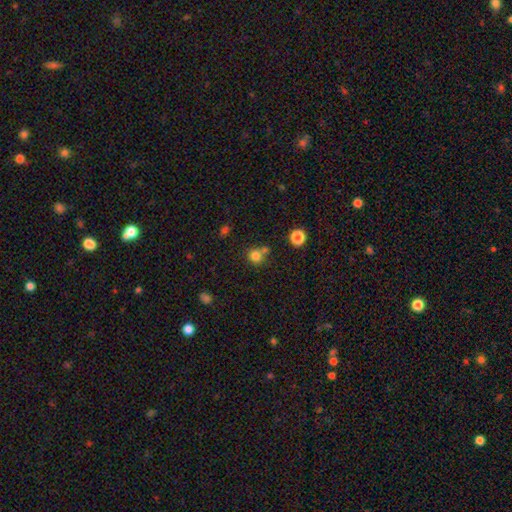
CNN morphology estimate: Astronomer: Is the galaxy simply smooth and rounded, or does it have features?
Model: smooth — 79%.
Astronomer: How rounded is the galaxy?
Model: round — 88%.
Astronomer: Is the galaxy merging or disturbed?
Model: none — 59%.